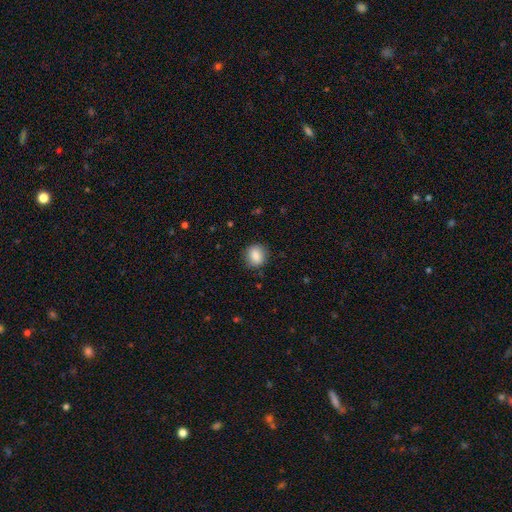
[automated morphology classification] type=smooth (86%); roundness=round (69%); merging=none (84%).